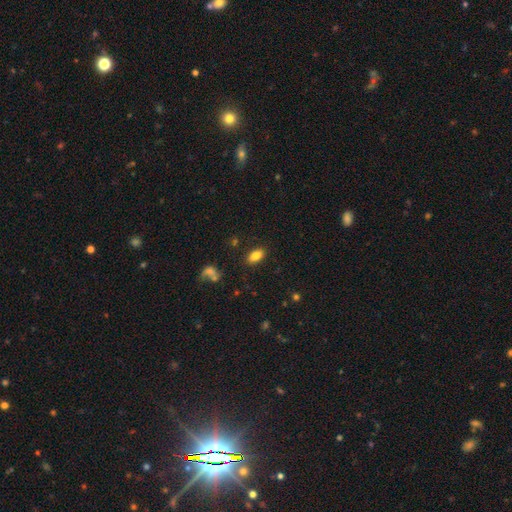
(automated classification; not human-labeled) Overall: smooth (83%). How rounded: in between (90%). Merging: none (86%).